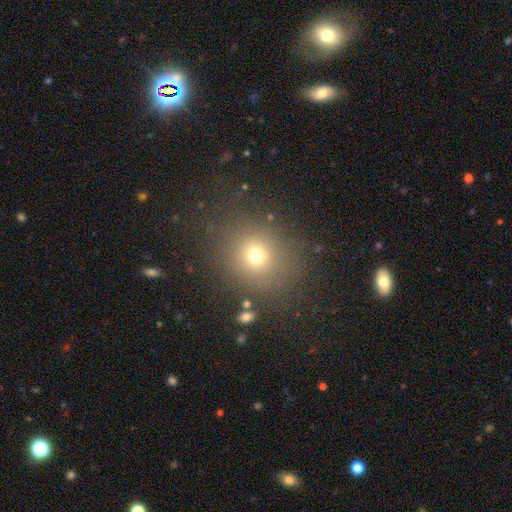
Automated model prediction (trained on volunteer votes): smooth_or_featured: smooth (p=0.69) [alt: star or artifact p=0.20]
how_rounded: round (p=0.79) [alt: in between p=0.20]
merging: none (p=0.80) [alt: minor disturbance p=0.10]